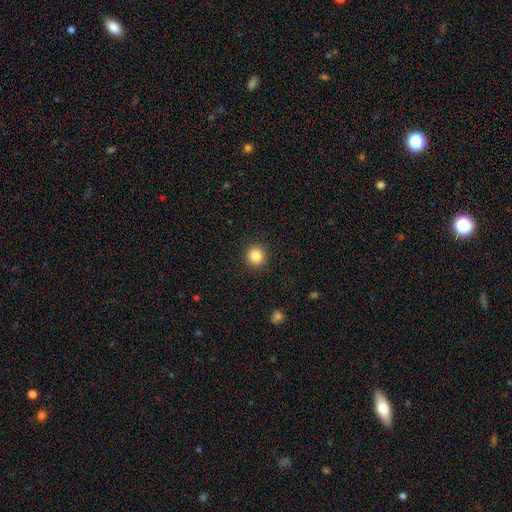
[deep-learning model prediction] smooth 86%, star or artifact 10%, featured or disk 4%. Down the decision tree: how rounded — round (92%); merging — none (92%).